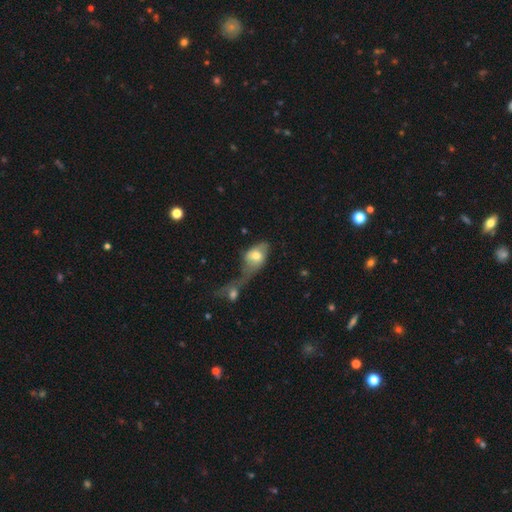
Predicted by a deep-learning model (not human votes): Smooth or featured: smooth — 62% (featured or disk — 31%)
How rounded: in between — 84% (round — 13%)
Merging: merger — 62% (major disturbance — 18%)